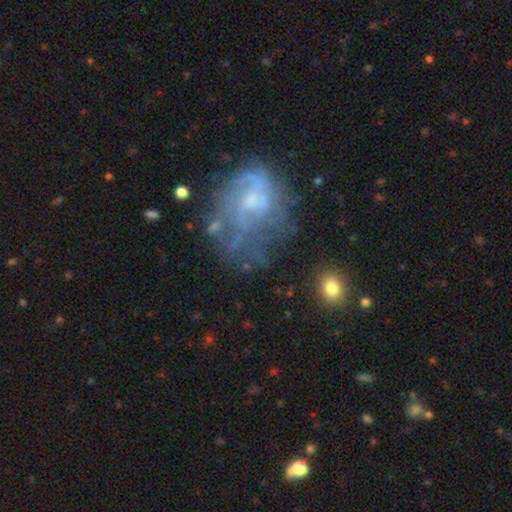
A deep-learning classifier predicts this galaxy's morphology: type=featured or disk (59%); edge-on=no (97%); bar=no (70%); spiral arms=no (57%); bulge=small (45%); merging=none (40%).